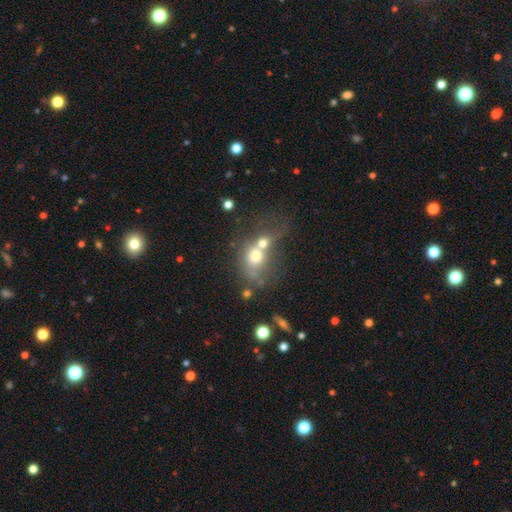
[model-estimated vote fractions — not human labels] Overall: smooth (63%). How rounded: round (62%; in between 37%). Merging: merger (63%).